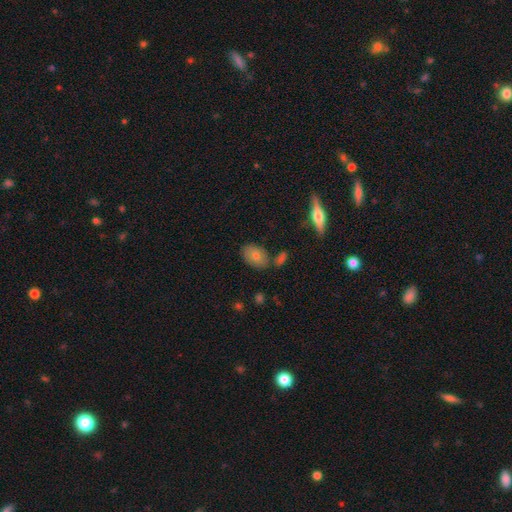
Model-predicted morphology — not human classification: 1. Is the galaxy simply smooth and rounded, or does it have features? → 76% smooth, 16% featured or disk, 8% star or artifact.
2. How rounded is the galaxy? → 86% in between, 12% round, 2% cigar-shaped.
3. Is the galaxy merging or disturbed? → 72% none, 15% minor disturbance, 9% merger, 4% major disturbance.